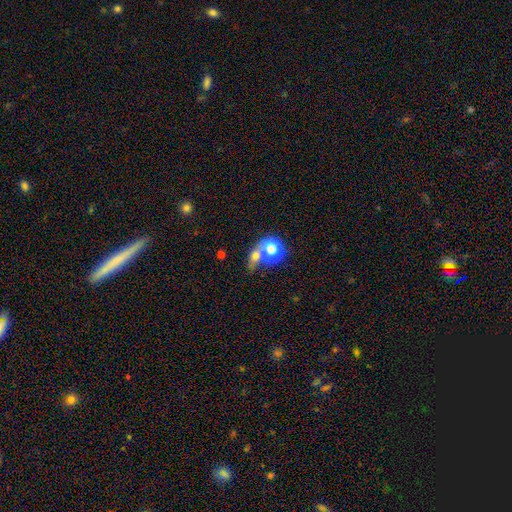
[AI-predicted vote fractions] This is likely a smooth galaxy (65%). How rounded: likely round (63%). Merging: marginally merger (42%).